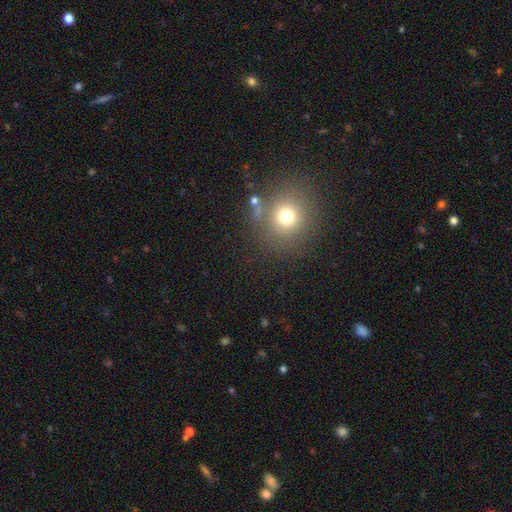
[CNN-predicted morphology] This is likely a smooth galaxy (65%). How rounded: clearly round (87%). Merging: clearly none (81%).